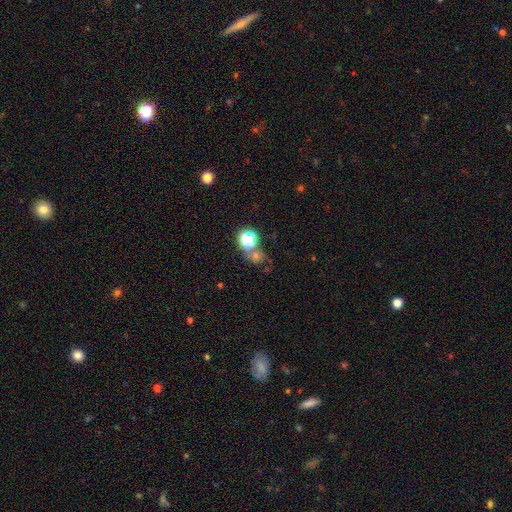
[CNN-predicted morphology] type=star or artifact (46%).